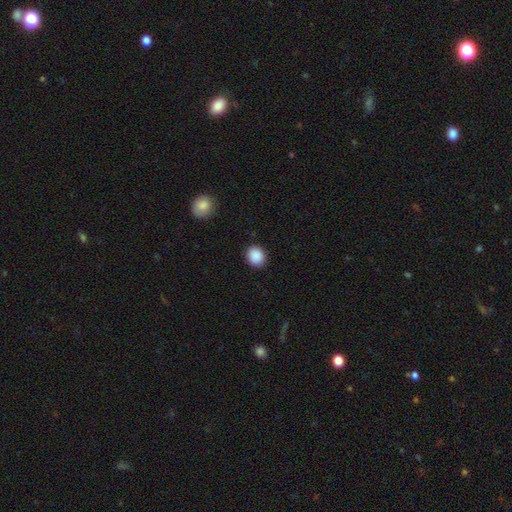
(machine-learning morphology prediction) type=smooth (90%); roundness=round (74%); merging=none (90%).